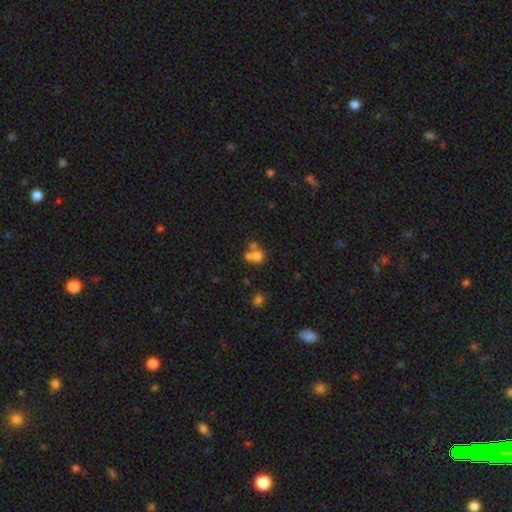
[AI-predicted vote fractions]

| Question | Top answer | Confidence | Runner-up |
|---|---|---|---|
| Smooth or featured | smooth | 68% | featured or disk (18%) |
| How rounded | round | 64% | in between (35%) |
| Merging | merger | 52% | none (32%) |